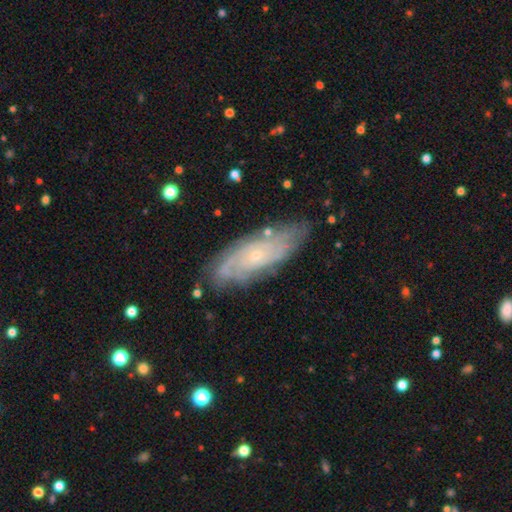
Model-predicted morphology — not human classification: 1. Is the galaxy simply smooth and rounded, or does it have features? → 78% featured or disk, 15% smooth, 6% star or artifact.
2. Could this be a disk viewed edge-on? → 88% no, 12% yes.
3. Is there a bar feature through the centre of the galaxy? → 79% no, 18% weak, 4% strong.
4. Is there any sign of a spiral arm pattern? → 92% yes, 8% no.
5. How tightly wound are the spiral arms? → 67% tight, 26% medium, 7% loose.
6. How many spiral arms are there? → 47% can't tell, 21% 2, 12% 3, 10% 4, 5% more than 4, 4% 1.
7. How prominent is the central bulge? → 83% small, 13% moderate, 2% none, 1% large, 1% dominant.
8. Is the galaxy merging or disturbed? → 77% none, 17% minor disturbance, 4% major disturbance, 2% merger.